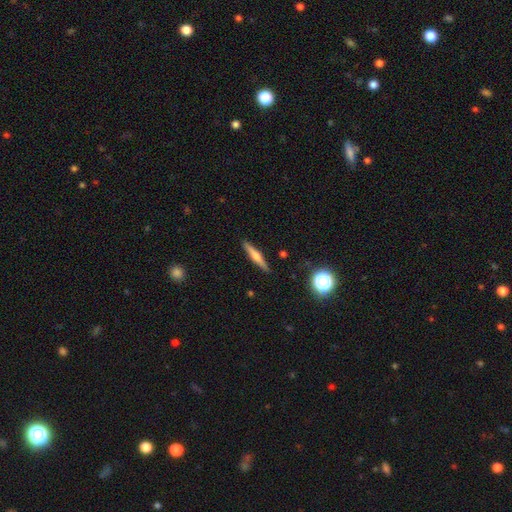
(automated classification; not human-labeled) Smooth or featured?
  - featured or disk: 53% *
  - smooth: 40%
  - star or artifact: 7%
Edge-on disk?
  - yes: 97% *
  - no: 3%
Edge-on bulge?
  - rounded: 77% *
  - none: 12%
  - boxy: 11%
Merging?
  - none: 90% *
  - minor disturbance: 7%
  - major disturbance: 2%
  - merger: 1%